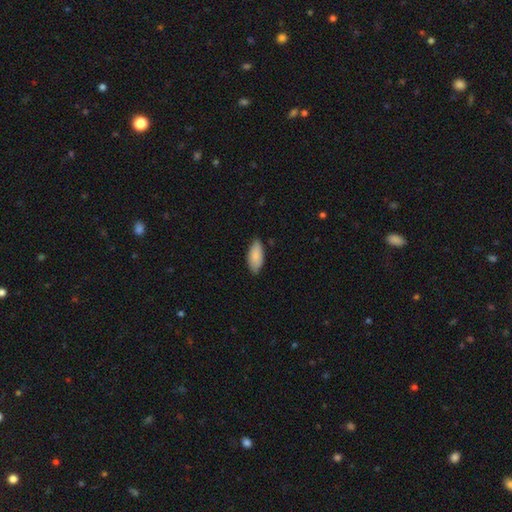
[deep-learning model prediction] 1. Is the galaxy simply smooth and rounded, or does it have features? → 85% smooth, 9% featured or disk, 6% star or artifact.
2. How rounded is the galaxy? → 88% in between, 11% cigar-shaped, 2% round.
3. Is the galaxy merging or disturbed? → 78% none, 18% minor disturbance, 2% major disturbance, 1% merger.